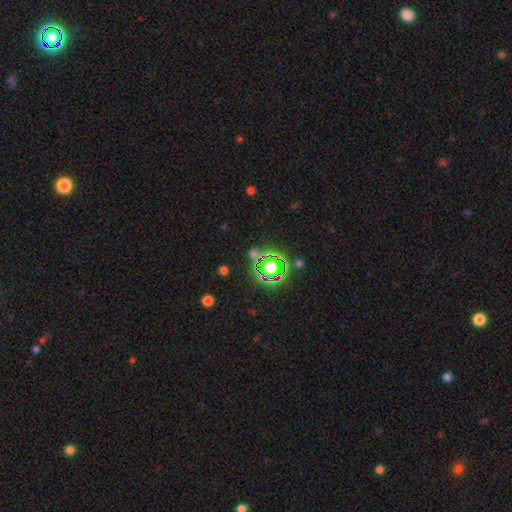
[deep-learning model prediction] smooth_or_featured: star or artifact (p=0.66) [alt: smooth p=0.24]